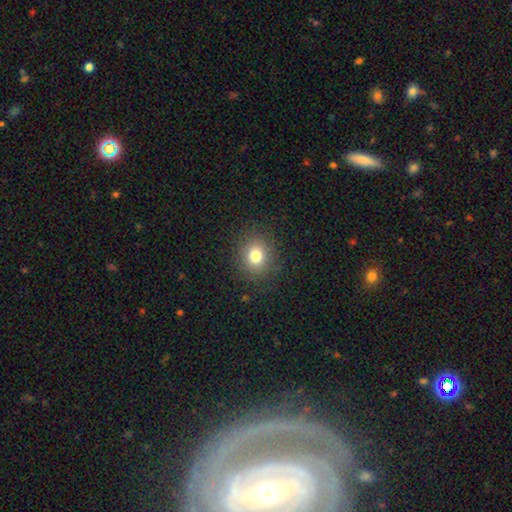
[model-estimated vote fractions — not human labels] Smooth or featured?
  - smooth: 77% *
  - star or artifact: 14%
  - featured or disk: 9%
How rounded?
  - round: 79% *
  - in between: 20%
  - cigar-shaped: 1%
Merging?
  - none: 88% *
  - minor disturbance: 8%
  - major disturbance: 3%
  - merger: 1%